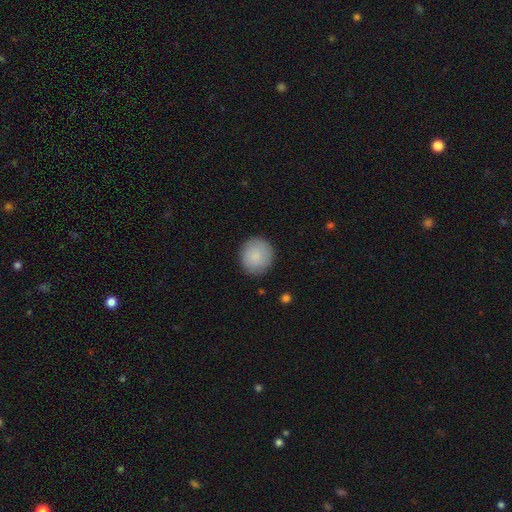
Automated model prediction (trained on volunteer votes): A smooth galaxy with no disk features (85%) that is round (84%). Merging: none (87%).